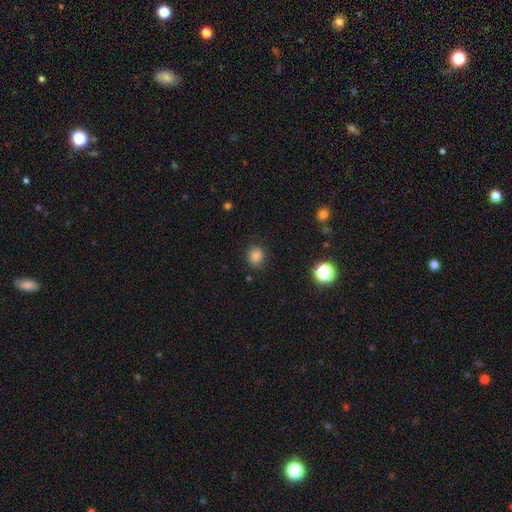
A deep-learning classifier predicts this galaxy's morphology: This appears to be a smooth galaxy with no disk features (83%) that is round (66%). Merging: none (85%).